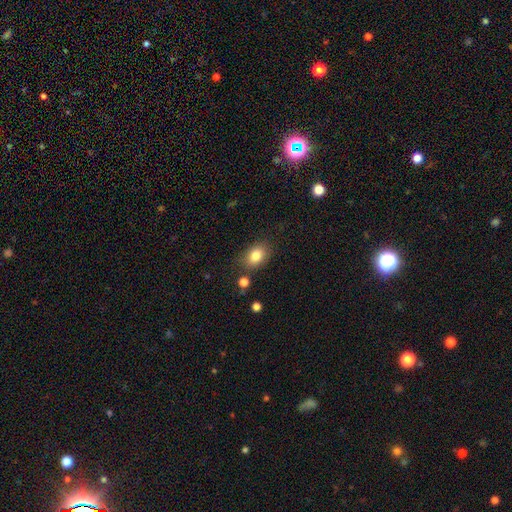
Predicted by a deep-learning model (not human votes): Smooth or featured? smooth (83%)
How rounded? in between (78%)
Merging? none (78%)